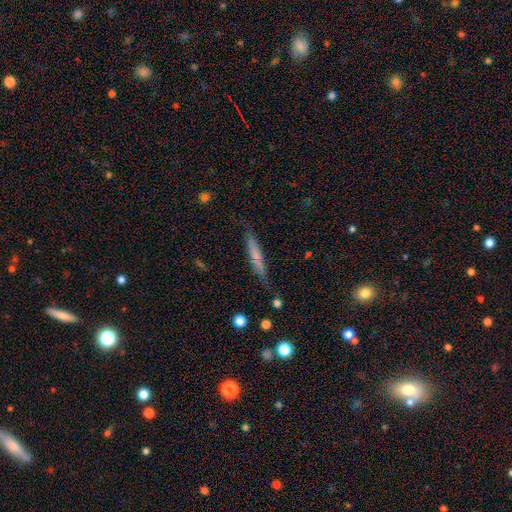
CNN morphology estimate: Q: Smooth or featured?
A: smooth (55%); runner-up: featured or disk (38%)
Q: How rounded?
A: cigar-shaped (91%); runner-up: in between (7%)
Q: Merging?
A: none (78%); runner-up: minor disturbance (16%)